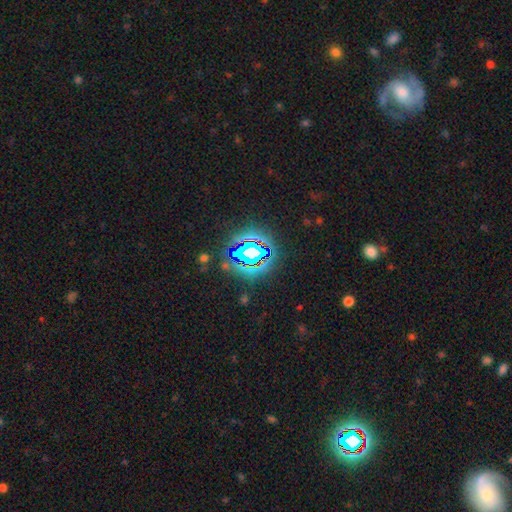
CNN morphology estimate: This appears to be a star or artifact, not a galaxy (79%).